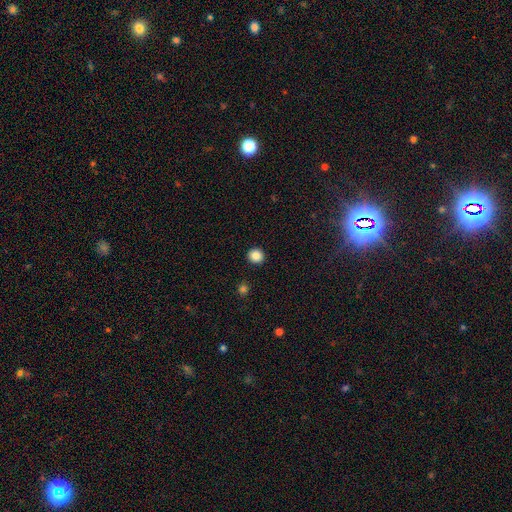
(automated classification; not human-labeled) The model was most divided on "smooth or featured": smooth: 87%, star or artifact: 10%, featured or disk: 3%. More confident: merging — none (93%); how rounded — round (92%).